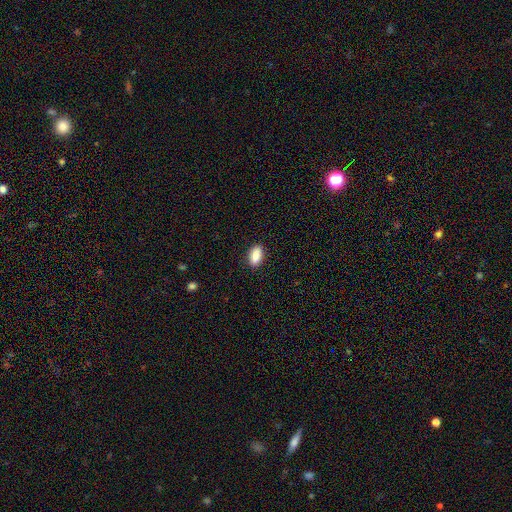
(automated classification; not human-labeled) smooth-or-featured: smooth: 90% | star or artifact: 7% | featured or disk: 4%
  how-rounded: in between: 92% | round: 4% | cigar-shaped: 4%
  merging: none: 89% | minor disturbance: 8% | major disturbance: 2% | merger: 1%